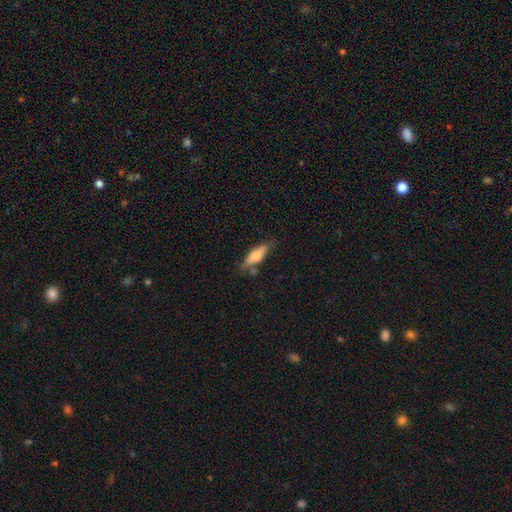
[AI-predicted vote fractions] This is likely a smooth galaxy (65%). How rounded: possibly in between (53%). Merging: likely none (65%).